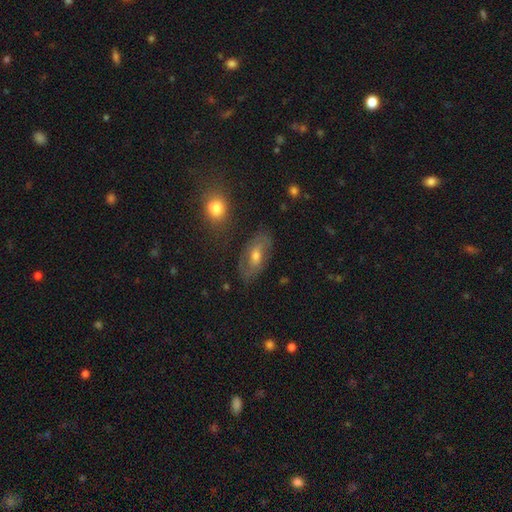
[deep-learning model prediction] Smooth or featured? Predicted: featured or disk (p=0.54). Edge-on disk? Predicted: no (p=0.89). Merging? Predicted: none (p=0.76).